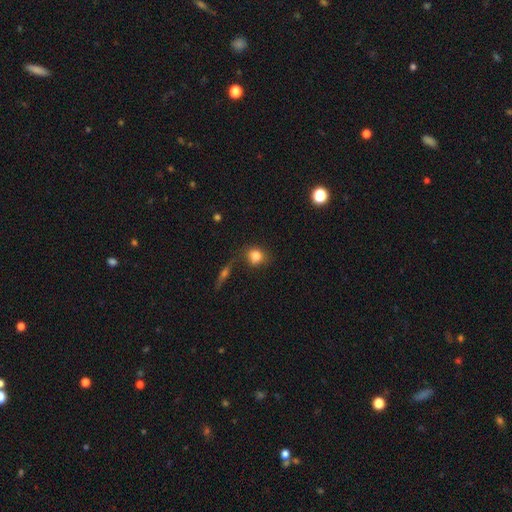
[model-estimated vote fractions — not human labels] This is clearly a smooth galaxy (81%). How rounded: likely round (70%). Merging: likely none (71%).